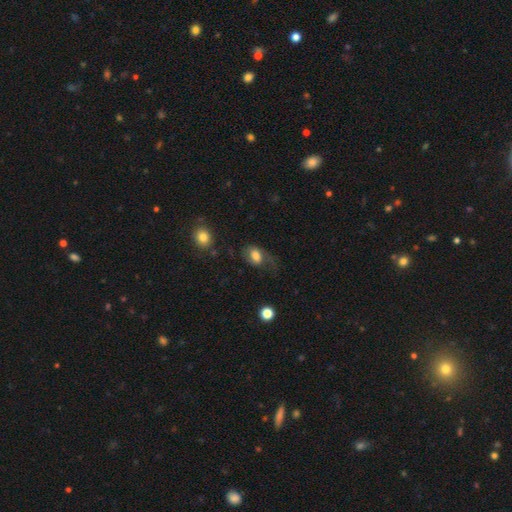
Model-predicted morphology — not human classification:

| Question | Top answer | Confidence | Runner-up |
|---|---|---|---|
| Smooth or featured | smooth | 68% | featured or disk (23%) |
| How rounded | in between | 79% | round (20%) |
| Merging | none | 40% | major disturbance (34%) |